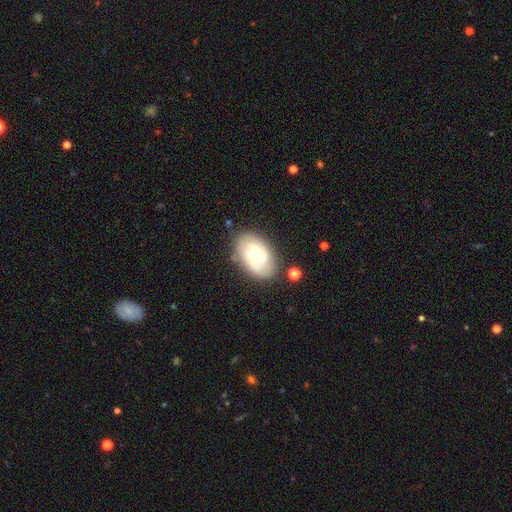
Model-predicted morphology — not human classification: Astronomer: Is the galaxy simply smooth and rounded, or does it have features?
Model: featured or disk — 61%.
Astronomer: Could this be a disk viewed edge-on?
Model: no — 96%.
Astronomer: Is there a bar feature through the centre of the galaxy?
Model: no — 46% (runner-up: weak, 45%).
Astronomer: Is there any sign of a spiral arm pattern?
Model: yes — 87%.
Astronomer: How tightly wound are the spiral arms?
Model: medium — 43% (runner-up: tight, 40%).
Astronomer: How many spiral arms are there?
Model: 2 — 59%.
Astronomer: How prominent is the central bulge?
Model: small — 57% (runner-up: moderate, 35%).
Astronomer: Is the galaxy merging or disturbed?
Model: none — 71%.